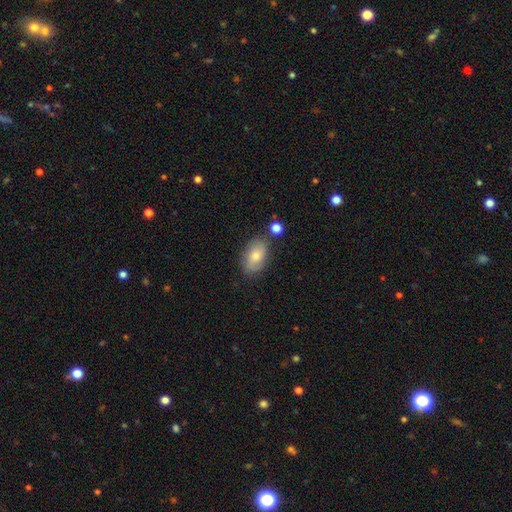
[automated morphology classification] A smooth galaxy with no disk features (67%) that is in between round and cigar-shaped (89%).

Vote fractions:
- Smooth or featured? smooth: 67% / featured or disk: 24% / star or artifact: 10%
- How rounded? in between: 89% / round: 9% / cigar-shaped: 2%
- Merging? none: 75% / minor disturbance: 16% / merger: 5% / major disturbance: 4%